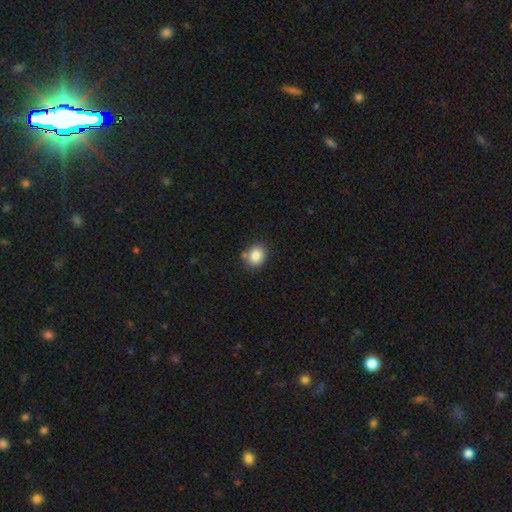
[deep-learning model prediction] This is clearly a smooth galaxy (85%). How rounded: likely round (61%). Merging: likely none (72%).